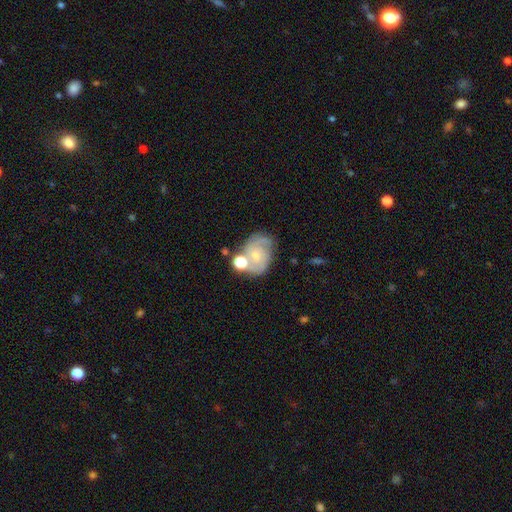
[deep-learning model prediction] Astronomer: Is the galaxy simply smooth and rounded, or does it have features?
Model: featured or disk — 63%.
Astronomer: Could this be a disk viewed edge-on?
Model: no — 97%.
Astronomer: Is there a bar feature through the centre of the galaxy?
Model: no — 69%.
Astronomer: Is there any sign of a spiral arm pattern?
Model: yes — 84%.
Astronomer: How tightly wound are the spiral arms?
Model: medium — 42%, tied with tight at 42%.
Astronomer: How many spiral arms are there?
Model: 2 — 55%.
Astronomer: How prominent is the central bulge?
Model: small — 61%.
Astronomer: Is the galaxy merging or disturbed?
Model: none — 49%.